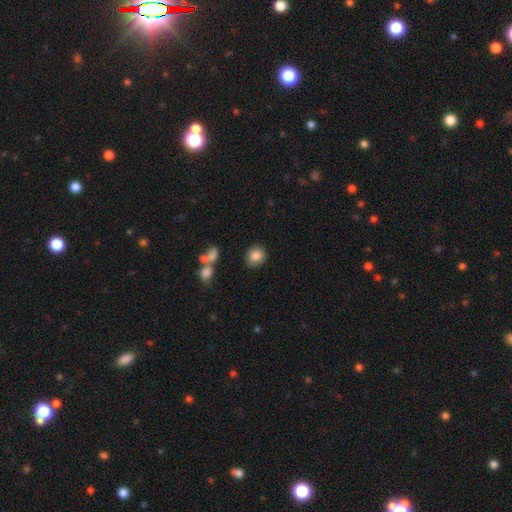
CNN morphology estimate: Smooth or featured: smooth — 85% (star or artifact — 8%)
How rounded: round — 64% (in between — 35%)
Merging: none — 78% (minor disturbance — 13%)